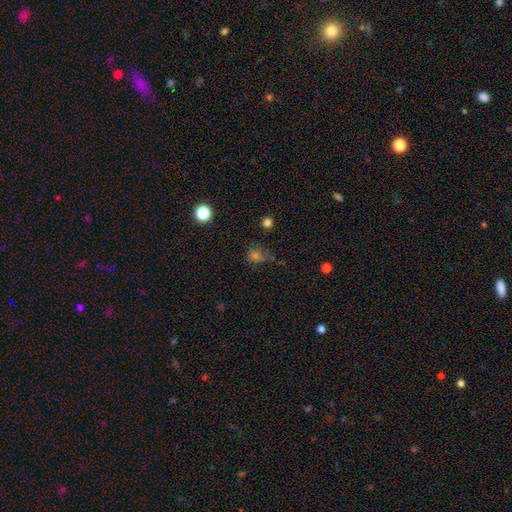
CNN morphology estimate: type=smooth (55%); roundness=round (64%); merging=none (53%).